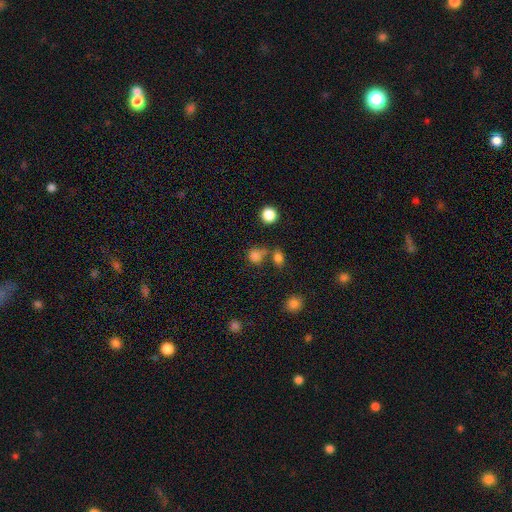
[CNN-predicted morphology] smooth_or_featured: smooth (p=0.78) [alt: star or artifact p=0.15]
how_rounded: round (p=0.67) [alt: in between p=0.32]
merging: none (p=0.51) [alt: merger p=0.28]